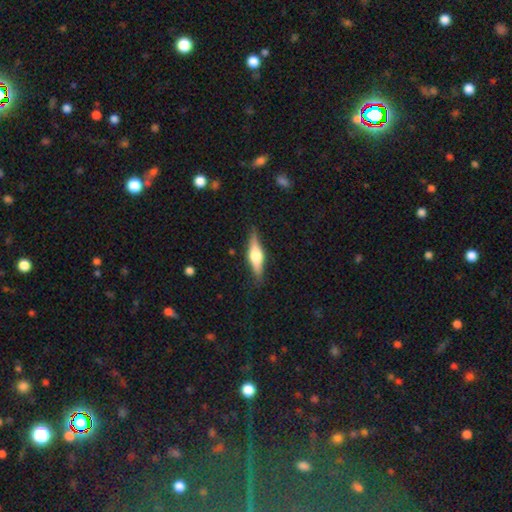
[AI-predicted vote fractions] This appears to be a featured or disk galaxy (64%) viewed edge-on (96%) with a rounded central bulge (92%). Merging: none (87%).